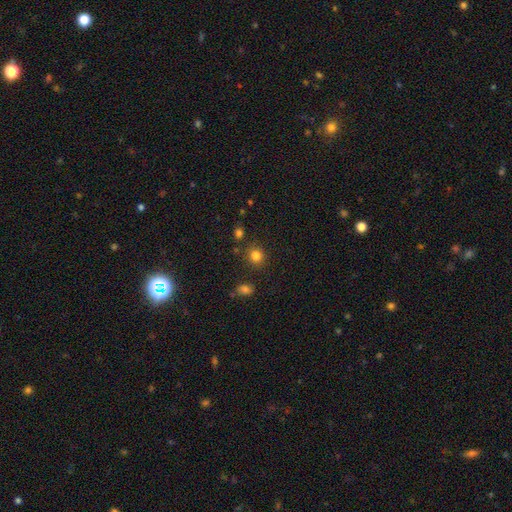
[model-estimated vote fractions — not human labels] Smooth or featured? Predicted: smooth (p=0.82). How rounded? Predicted: round (p=0.84). Merging? Predicted: none (p=0.83).